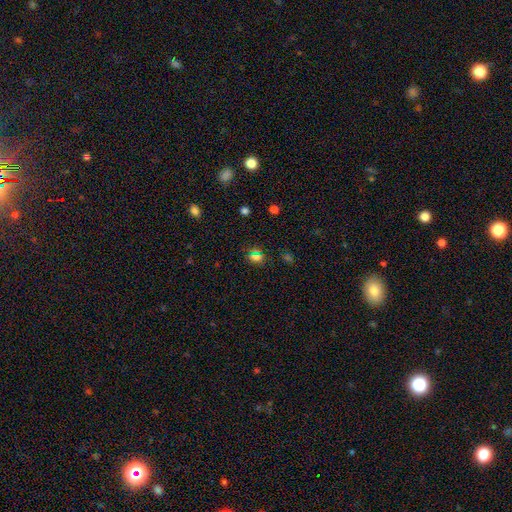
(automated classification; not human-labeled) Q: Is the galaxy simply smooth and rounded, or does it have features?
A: smooth — 56%.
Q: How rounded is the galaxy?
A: round — 64%.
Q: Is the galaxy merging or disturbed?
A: none — 82%.